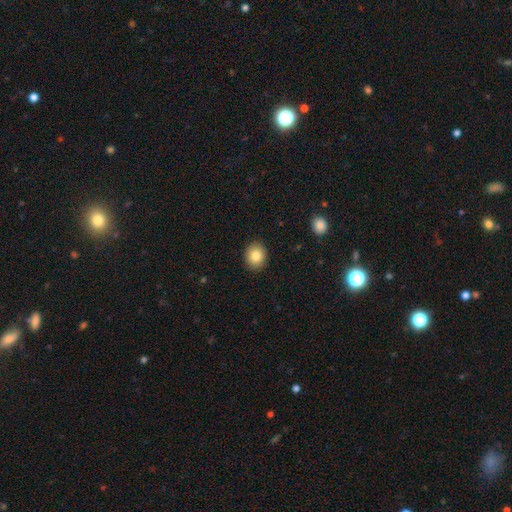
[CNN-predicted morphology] smooth 85%, star or artifact 9%, featured or disk 7%. Down the decision tree: how rounded — round (59%); merging — none (90%).